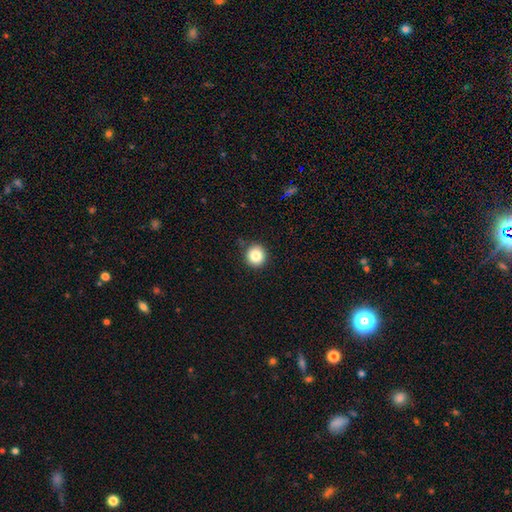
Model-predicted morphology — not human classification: Smooth or featured: smooth — 85% (star or artifact — 10%)
How rounded: round — 92% (in between — 7%)
Merging: none — 88% (minor disturbance — 9%)